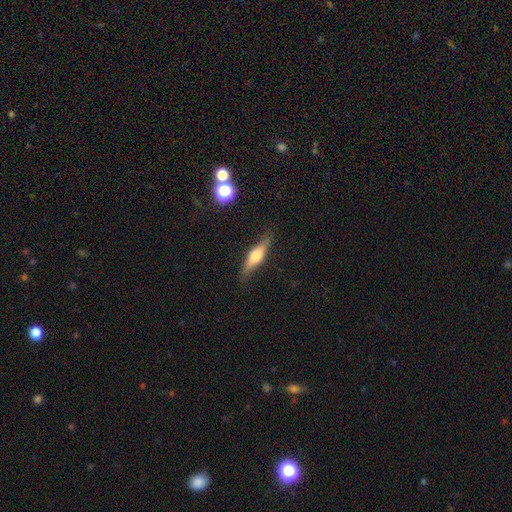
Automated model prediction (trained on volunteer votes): Q: Smooth or featured?
A: featured or disk (54%); runner-up: smooth (39%)
Q: Edge-on disk?
A: yes (92%); runner-up: no (8%)
Q: Merging?
A: none (82%); runner-up: minor disturbance (13%)